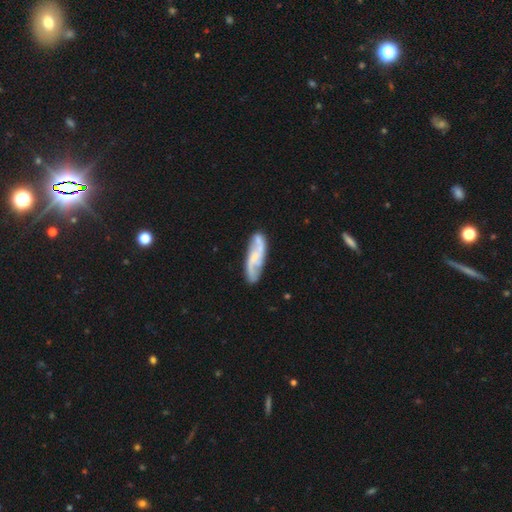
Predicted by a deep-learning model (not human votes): A featured or disk galaxy (74%) with no bar (46%), 2 (85%) loose (45%) spiral arms (94%) and a small central bulge (44%).

Vote fractions:
- Smooth or featured? featured or disk: 74% / smooth: 20% / star or artifact: 5%
- Edge-on disk? no: 88% / yes: 12%
- Bar? no: 46% / weak: 40% / strong: 13%
- Spiral arms? yes: 94% / no: 6%
- Spiral winding? loose: 45% / medium: 40% / tight: 15%
- Spiral arm count? 2: 85% / can't tell: 7% / 3: 4% / 1: 2% / 4: 1% / more than 4: 1%
- Bulge size? small: 44% / none: 30% / moderate: 22% / large: 3% / dominant: 1%
- Merging? none: 76% / minor disturbance: 16% / major disturbance: 5% / merger: 4%